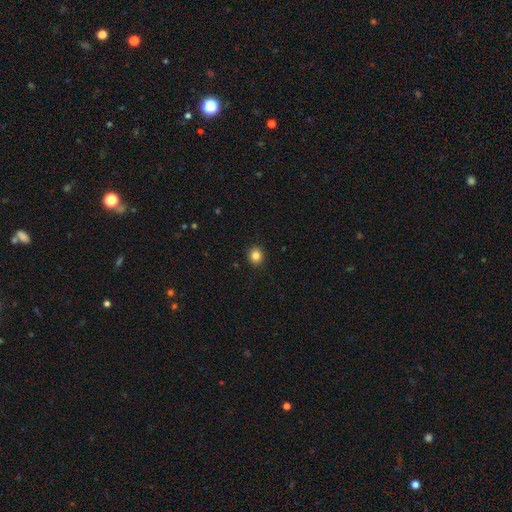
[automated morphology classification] A smooth galaxy with no disk features (84%) that is round (86%). Merging: none (92%).